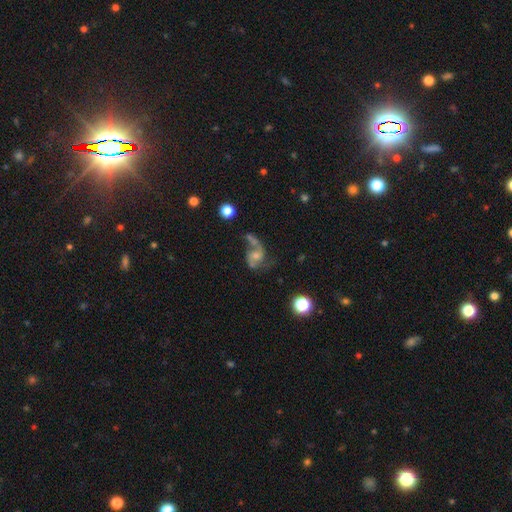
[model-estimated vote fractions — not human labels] Smooth or featured?
  - featured or disk: 74% *
  - smooth: 17%
  - star or artifact: 10%
Edge-on disk?
  - no: 98% *
  - yes: 2%
Bar?
  - no: 60% *
  - weak: 33%
  - strong: 8%
Spiral arms?
  - yes: 89% *
  - no: 11%
Spiral winding?
  - loose: 59% *
  - medium: 34%
  - tight: 8%
Spiral arm count?
  - 2: 82% *
  - 1: 10%
  - can't tell: 4%
  - 3: 1%
  - 4: 1%
  - more than 4: 1%
Bulge size?
  - moderate: 41% *
  - small: 37%
  - none: 14%
  - large: 7%
  - dominant: 2%
Merging?
  - none: 34% *
  - major disturbance: 24%
  - merger: 24%
  - minor disturbance: 18%